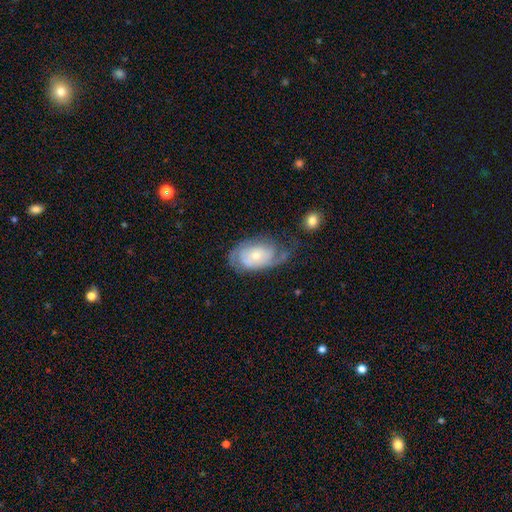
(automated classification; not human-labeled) Overall: featured or disk (76%). Edge-on disk: no (96%). Bar: no (73%). Spiral arms: yes (91%). Spiral arm count: 2 (51%; can't tell 26%). Spiral winding: tight (56%; medium 32%). Bulge size: small (59%; moderate 35%). Merging: none (57%; minor disturbance 25%).